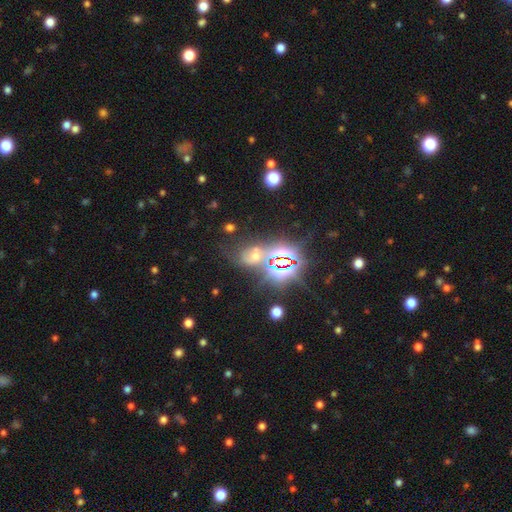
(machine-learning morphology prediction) This appears to be a star or artifact, not a galaxy (58%).